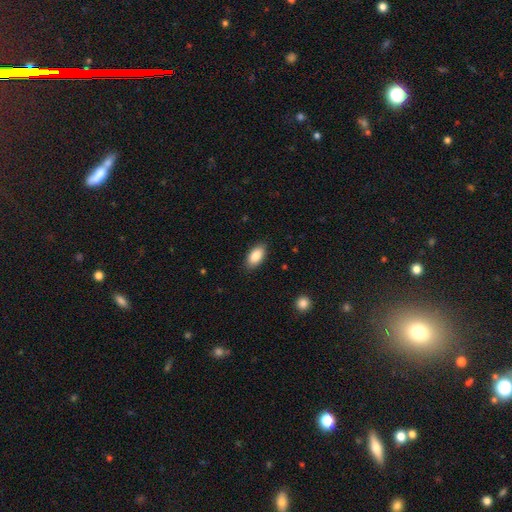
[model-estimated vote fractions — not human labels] smooth 87%, star or artifact 7%, featured or disk 6%. Down the decision tree: how rounded — in between (94%); merging — none (87%).